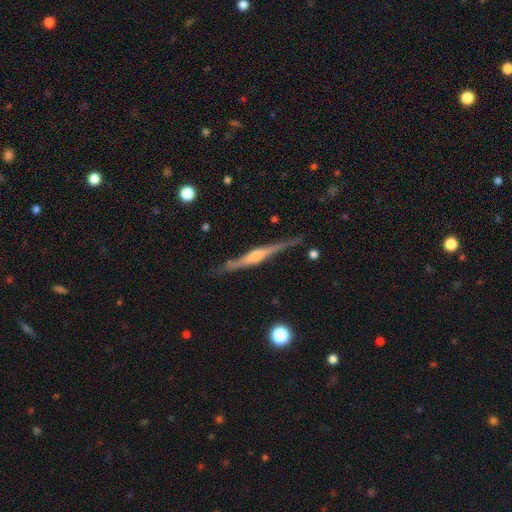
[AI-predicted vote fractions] Smooth or featured?
  - featured or disk: 82% *
  - smooth: 12%
  - star or artifact: 5%
Edge-on disk?
  - yes: 98% *
  - no: 2%
Edge-on bulge?
  - rounded: 82% *
  - boxy: 11%
  - none: 7%
Merging?
  - none: 84% *
  - minor disturbance: 11%
  - major disturbance: 2%
  - merger: 2%